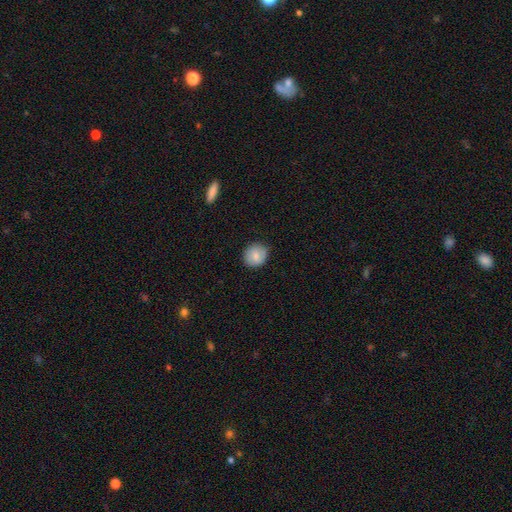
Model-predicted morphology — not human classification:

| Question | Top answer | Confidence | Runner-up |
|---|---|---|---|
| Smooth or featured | smooth | 79% | featured or disk (13%) |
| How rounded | round | 86% | in between (13%) |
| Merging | none | 86% | minor disturbance (11%) |